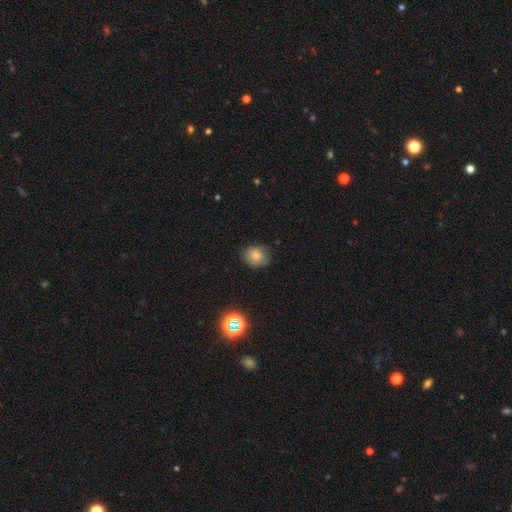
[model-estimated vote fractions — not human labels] Morphology: type=smooth (77%); roundness=round (74%); merging=none (77%).